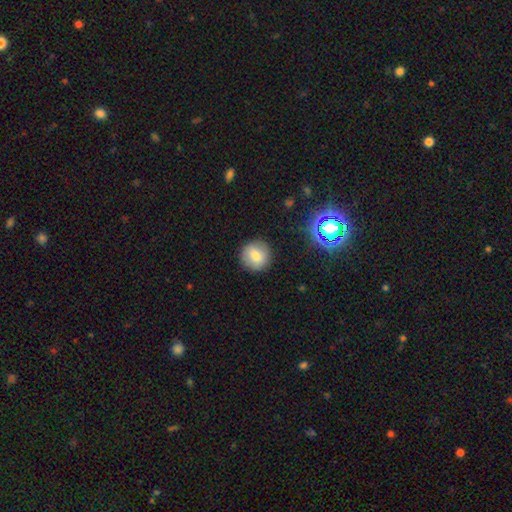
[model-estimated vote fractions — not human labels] A smooth galaxy with no disk features (77%) that is round (93%).

Vote fractions:
- Smooth or featured? smooth: 77% / featured or disk: 12% / star or artifact: 11%
- How rounded? round: 93% / in between: 6% / cigar-shaped: 1%
- Merging? none: 89% / minor disturbance: 7% / major disturbance: 2% / merger: 1%